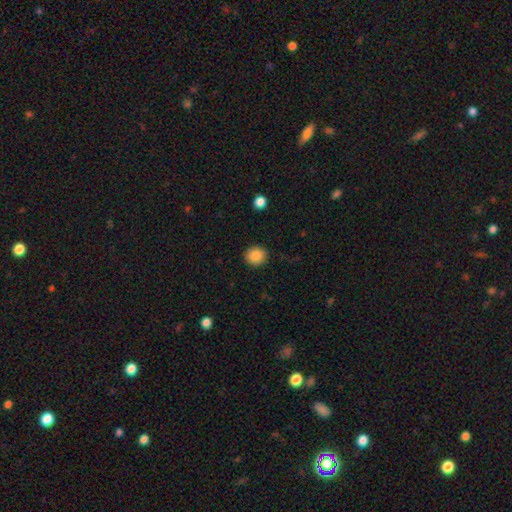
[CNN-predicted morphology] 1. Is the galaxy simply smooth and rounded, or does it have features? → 87% smooth, 9% star or artifact, 4% featured or disk.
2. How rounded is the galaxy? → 83% round, 16% in between, 1% cigar-shaped.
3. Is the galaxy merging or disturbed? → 91% none, 6% minor disturbance, 2% major disturbance, 1% merger.